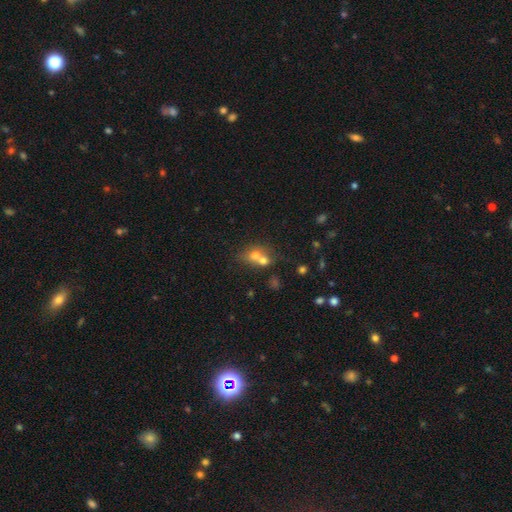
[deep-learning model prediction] Morphology: type=smooth (64%); roundness=round (52%); merging=merger (65%).